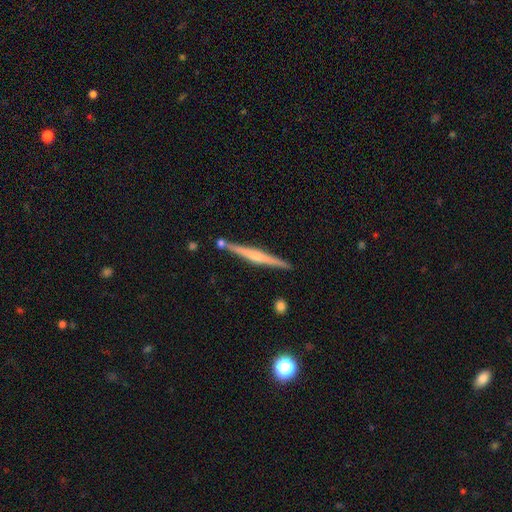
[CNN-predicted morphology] This appears to be a featured or disk galaxy (69%) viewed edge-on (98%) with a rounded central bulge (65%). Merging: none (85%).